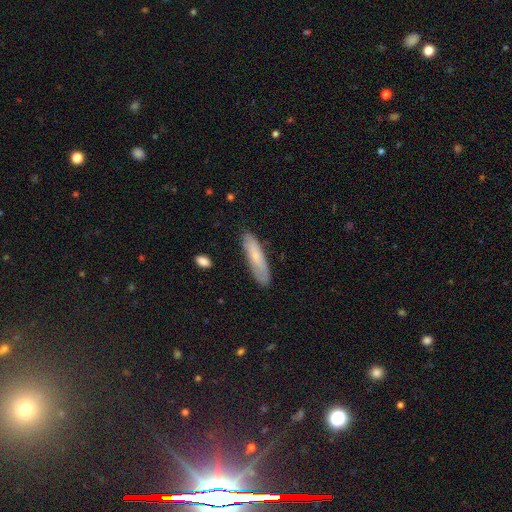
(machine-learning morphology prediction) Overall: smooth (72%). How rounded: cigar-shaped (74%). Merging: none (83%).